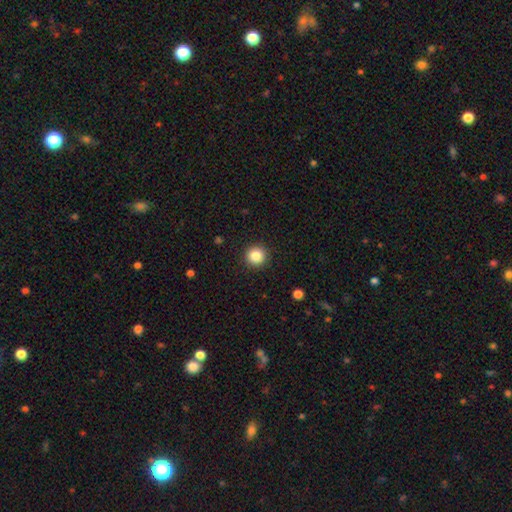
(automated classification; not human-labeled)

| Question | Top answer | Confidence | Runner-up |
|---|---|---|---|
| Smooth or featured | smooth | 85% | star or artifact (10%) |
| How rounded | round | 95% | in between (4%) |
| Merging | none | 92% | minor disturbance (5%) |